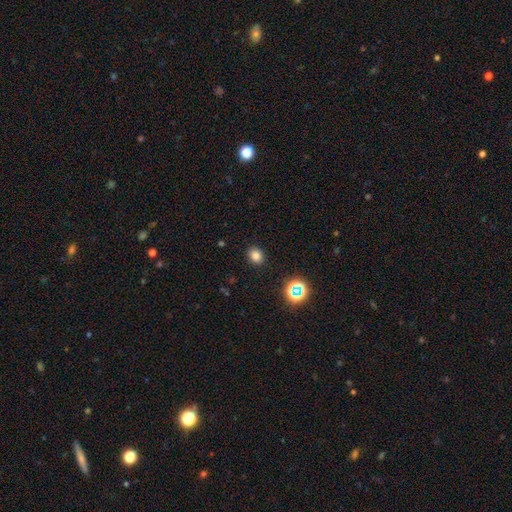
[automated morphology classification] A smooth galaxy with no disk features (79%) that is in between round and cigar-shaped (50%). Merging: none (89%).